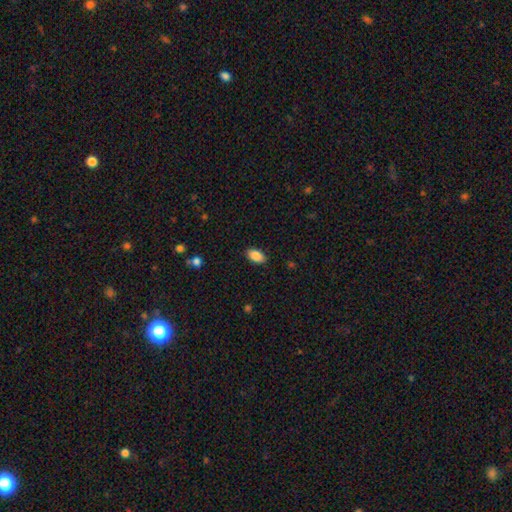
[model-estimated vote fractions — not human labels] This appears to be a smooth galaxy with no disk features (88%) that is in between round and cigar-shaped (93%). Merging: none (88%).